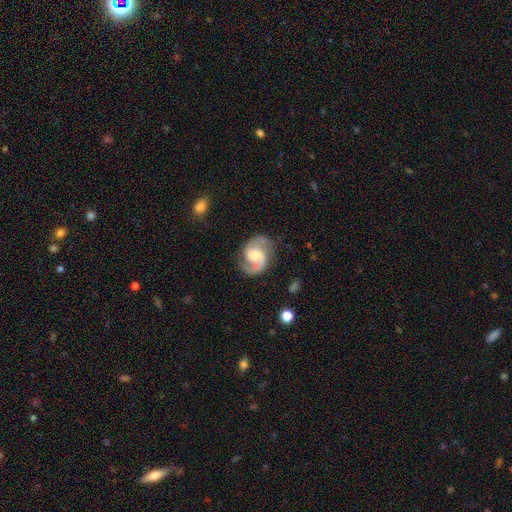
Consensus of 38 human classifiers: smooth_or_featured: featured or disk (p=0.95) [alt: smooth p=0.03]
disk_edge_on: no (p=0.97) [alt: yes p=0.03]
bar: weak (p=0.51) [alt: no p=0.37]
has_spiral_arms: yes (p=1.00)
spiral_winding: medium (p=0.60) [alt: tight p=0.20]
spiral_arm_count: 2 (p=0.97) [alt: 1 p=0.03]
bulge_size: moderate (p=0.60) [alt: small p=0.31]
merging: none (p=0.76) [alt: minor disturbance p=0.22]